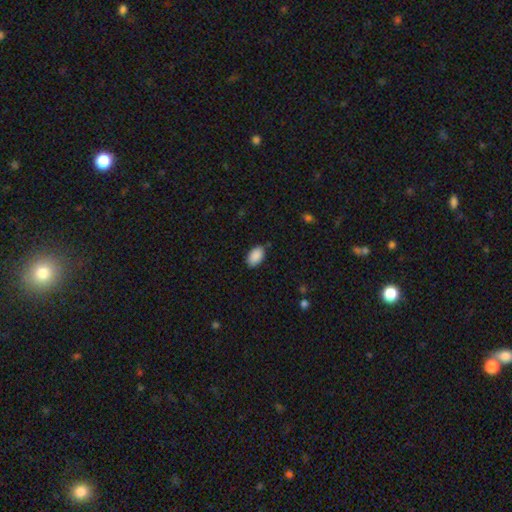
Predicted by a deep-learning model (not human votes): This is clearly a smooth galaxy (90%). How rounded: clearly in between (92%). Merging: clearly none (83%).